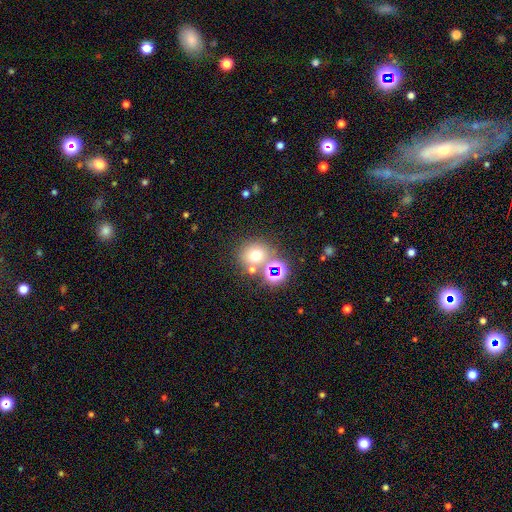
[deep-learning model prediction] Smooth or featured? smooth (63%)
How rounded? round (82%)
Merging? none (62%)